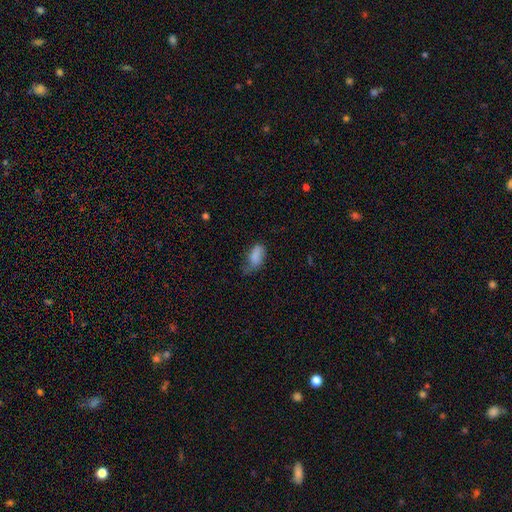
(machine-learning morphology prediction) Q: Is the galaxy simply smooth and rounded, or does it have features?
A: smooth — 83%.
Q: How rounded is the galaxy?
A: in between — 91%.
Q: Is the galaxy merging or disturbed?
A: minor disturbance — 40%.